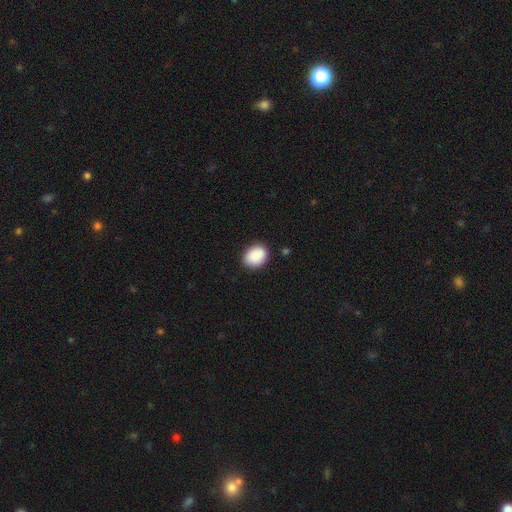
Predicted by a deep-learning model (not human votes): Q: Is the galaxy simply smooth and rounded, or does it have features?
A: smooth — 90%.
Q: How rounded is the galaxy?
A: in between — 58%.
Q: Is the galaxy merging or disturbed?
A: none — 87%.